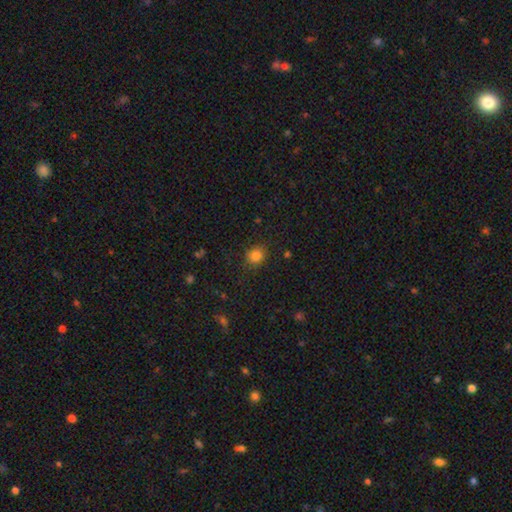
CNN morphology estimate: smooth 82%, star or artifact 13%, featured or disk 5%. Down the decision tree: how rounded — round (73%); merging — none (81%).